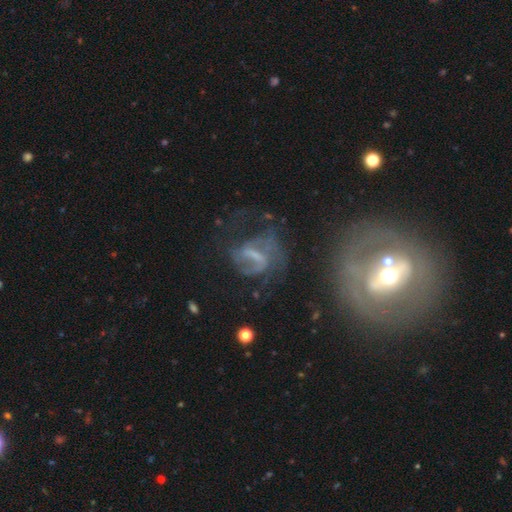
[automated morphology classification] Overall: featured or disk (67%). Edge-on disk: no (95%). Bar: weak (39%; strong 37%). Spiral arms: yes (68%; no 32%). Bulge size: none (45%; small 31%). Merging: none (40%; major disturbance 35%).